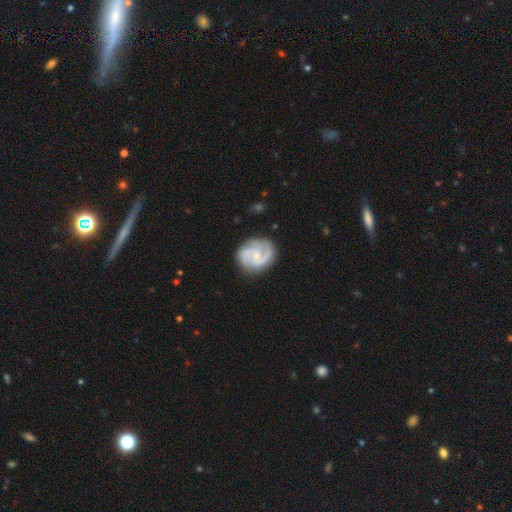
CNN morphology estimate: smooth-or-featured: featured or disk: 82% | smooth: 13% | star or artifact: 5%
  disk-edge-on: no: 98% | yes: 2%
    bar: no: 51% | weak: 42% | strong: 8%
    has-spiral-arms: yes: 96% | no: 4%
      spiral-winding: medium: 50% | tight: 33% | loose: 17%
      spiral-arm-count: 2: 67% | 3: 16% | can't tell: 9% | 1: 3% | 4: 2% | more than 4: 2%
    bulge-size: small: 67% | moderate: 27% | none: 4% | large: 1% | dominant: 1%
  merging: none: 76% | minor disturbance: 16% | major disturbance: 6% | merger: 2%